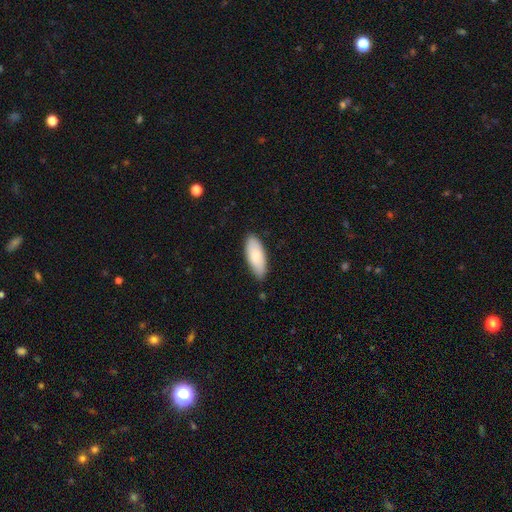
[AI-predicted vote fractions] Q: Smooth or featured?
A: smooth (84%); runner-up: featured or disk (11%)
Q: How rounded?
A: in between (81%); runner-up: cigar-shaped (17%)
Q: Merging?
A: none (80%); runner-up: minor disturbance (16%)